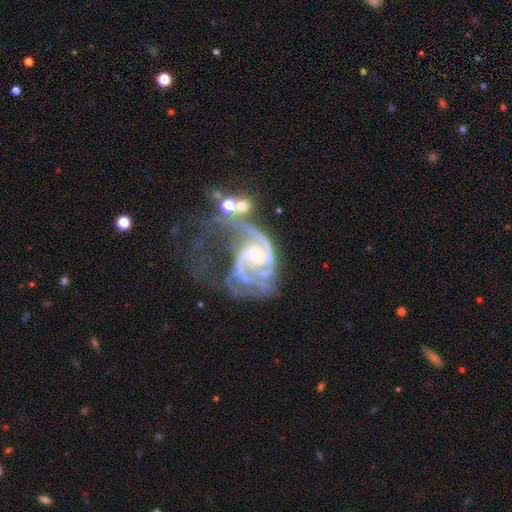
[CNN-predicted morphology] Smooth or featured? Predicted: featured or disk (p=0.91). Edge-on disk? Predicted: no (p=0.98). Bar? Predicted: no (p=0.61). Spiral arms? Predicted: yes (p=0.98). Spiral winding? Predicted: medium (p=0.46). Spiral arm count? Predicted: 2 (p=0.42). Bulge size? Predicted: moderate (p=0.49). Merging? Predicted: major disturbance (p=0.44).